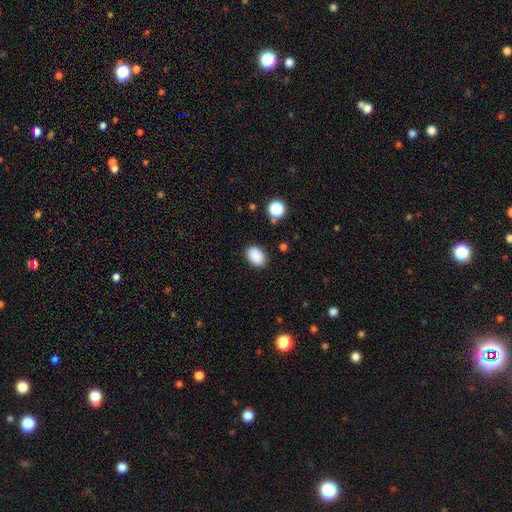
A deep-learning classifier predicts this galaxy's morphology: smooth 88%, star or artifact 9%, featured or disk 3%. Down the decision tree: how rounded — in between (74%); merging — none (86%).